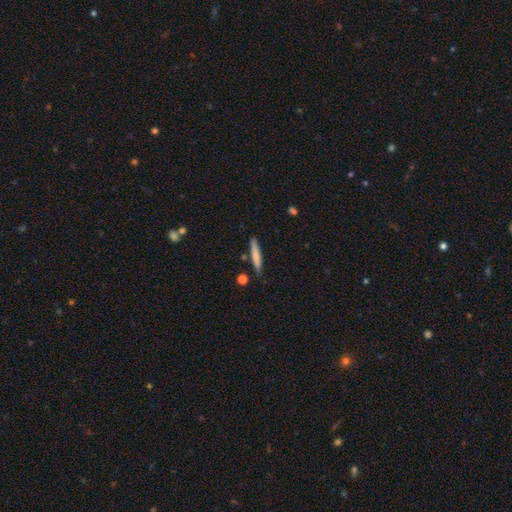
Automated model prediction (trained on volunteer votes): Q: Smooth or featured?
A: smooth (72%); runner-up: featured or disk (22%)
Q: How rounded?
A: cigar-shaped (92%); runner-up: in between (7%)
Q: Merging?
A: none (82%); runner-up: minor disturbance (12%)